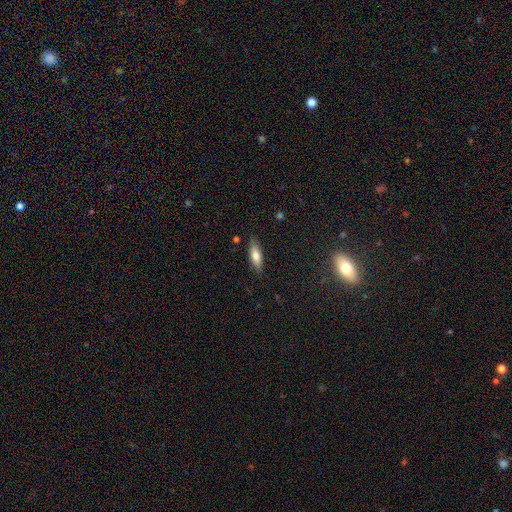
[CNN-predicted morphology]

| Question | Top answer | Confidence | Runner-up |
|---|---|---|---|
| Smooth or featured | smooth | 76% | featured or disk (17%) |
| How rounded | in between | 54% | cigar-shaped (44%) |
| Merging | none | 85% | minor disturbance (11%) |